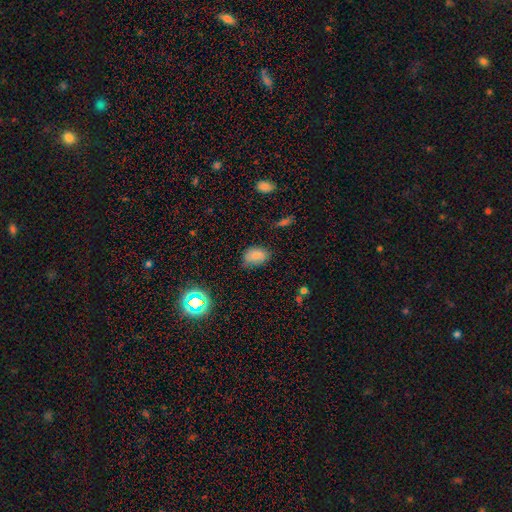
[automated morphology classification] Smooth or featured? smooth (78%)
How rounded? in between (83%)
Merging? none (68%)